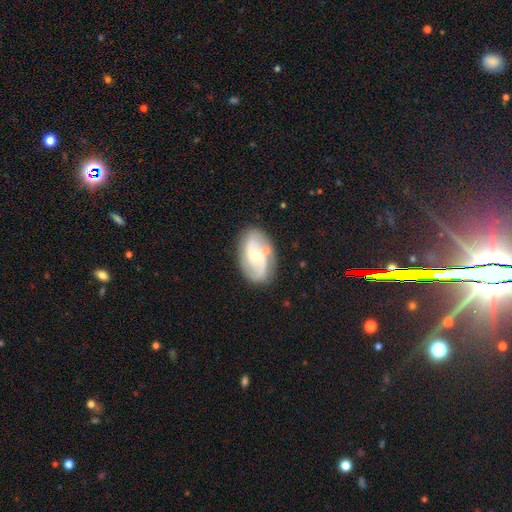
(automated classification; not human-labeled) A featured or disk galaxy (78%) with no bar (48%), 2 (80%) medium (46%) spiral arms (91%) and a small central bulge (51%).

Vote fractions:
- Smooth or featured? featured or disk: 78% / smooth: 17% / star or artifact: 6%
- Edge-on disk? no: 96% / yes: 4%
- Bar? no: 48% / weak: 39% / strong: 12%
- Spiral arms? yes: 91% / no: 9%
- Spiral winding? medium: 46% / loose: 27% / tight: 26%
- Spiral arm count? 2: 80% / can't tell: 9% / 3: 4% / 1: 4% / 4: 1% / more than 4: 1%
- Bulge size? small: 51% / moderate: 44% / large: 2% / none: 2% / dominant: 1%
- Merging? none: 72% / minor disturbance: 15% / merger: 7% / major disturbance: 5%